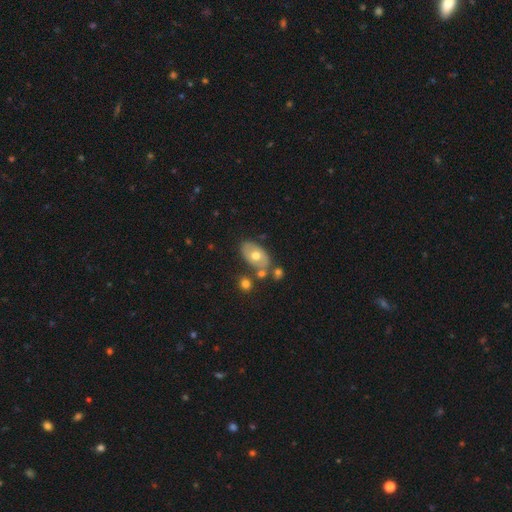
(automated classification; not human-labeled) Morphology: type=smooth (53%); roundness=in between (89%); merging=none (63%).